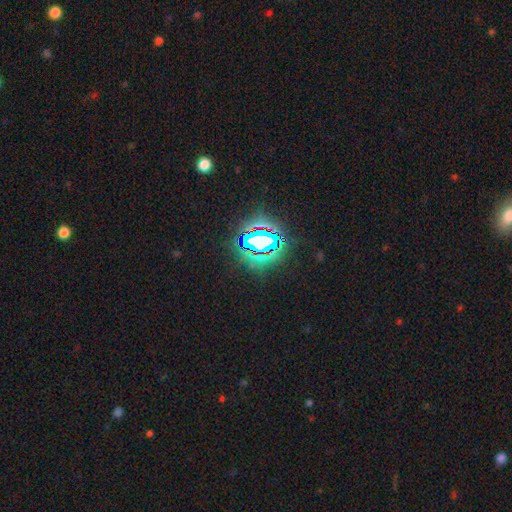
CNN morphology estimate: Smooth or featured? star or artifact (84%)